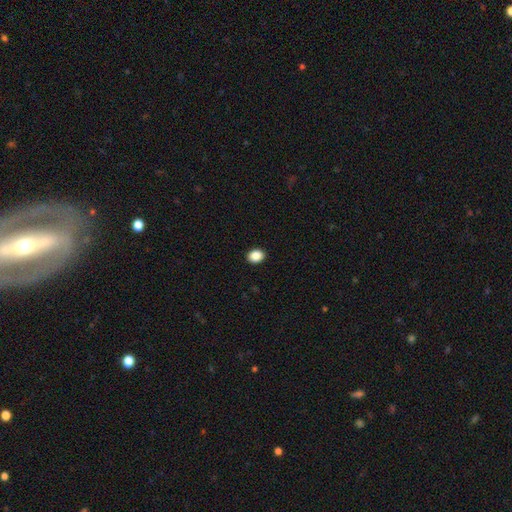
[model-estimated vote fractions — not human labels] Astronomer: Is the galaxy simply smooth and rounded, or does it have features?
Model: smooth — 88%.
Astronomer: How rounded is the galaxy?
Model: round — 51% (runner-up: in between, 48%).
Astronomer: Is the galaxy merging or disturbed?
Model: none — 92%.